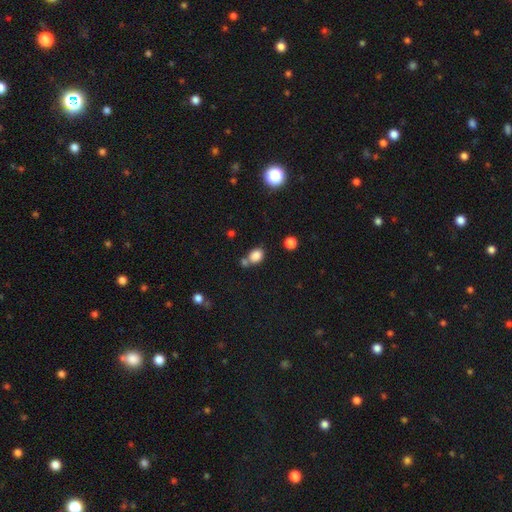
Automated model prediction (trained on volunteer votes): A smooth galaxy with no disk features (83%) that is in between round and cigar-shaped (52%).

Vote fractions:
- Smooth or featured? smooth: 83% / star or artifact: 12% / featured or disk: 5%
- How rounded? in between: 52% / round: 47% / cigar-shaped: 1%
- Merging? none: 54% / merger: 29% / minor disturbance: 13% / major disturbance: 5%